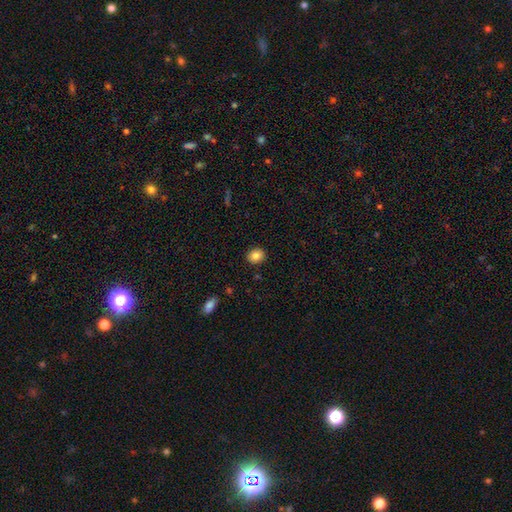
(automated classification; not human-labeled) smooth_or_featured: smooth (p=0.85) [alt: star or artifact p=0.09]
how_rounded: round (p=0.67) [alt: in between p=0.32]
merging: none (p=0.90) [alt: minor disturbance p=0.07]